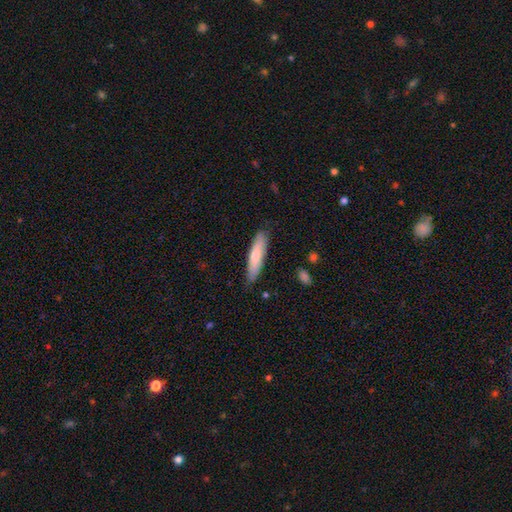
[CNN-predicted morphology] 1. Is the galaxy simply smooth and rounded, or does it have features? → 71% smooth, 24% featured or disk, 5% star or artifact.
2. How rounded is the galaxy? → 77% cigar-shaped, 22% in between, 1% round.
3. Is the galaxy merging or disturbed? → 83% none, 13% minor disturbance, 2% major disturbance, 1% merger.